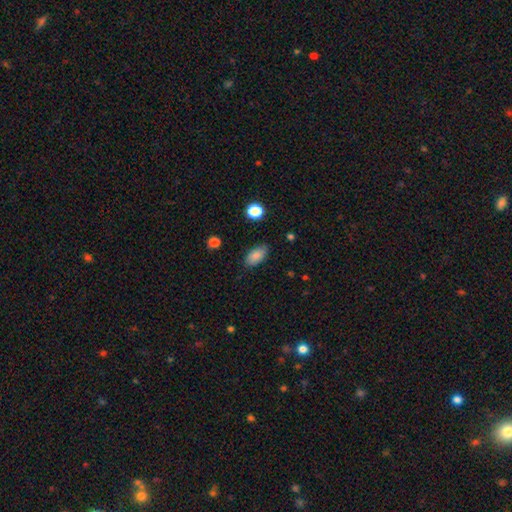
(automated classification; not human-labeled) Overall: smooth (86%). How rounded: in between (92%). Merging: none (83%).